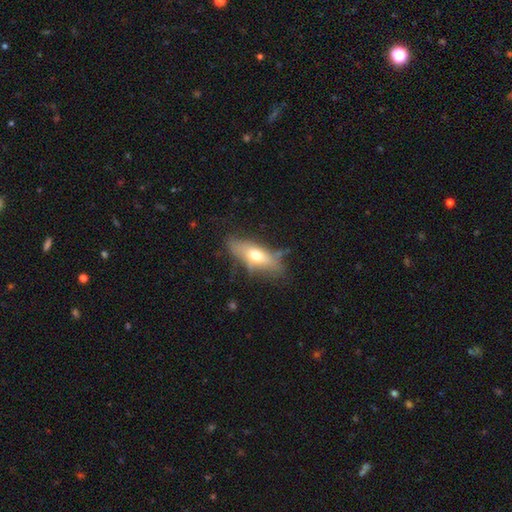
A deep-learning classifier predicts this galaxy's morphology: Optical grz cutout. It shows a smooth galaxy with no disk features (56%) that is in between round and cigar-shaped (64%). Merging: none (63%).